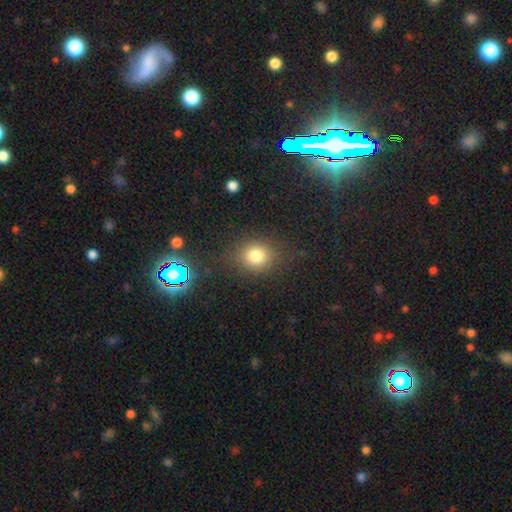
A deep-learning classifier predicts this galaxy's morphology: type=smooth (78%); roundness=round (69%); merging=none (80%).